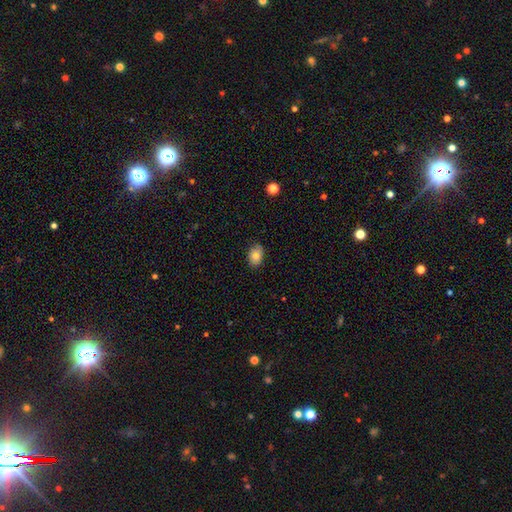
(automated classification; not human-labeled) This is likely a smooth galaxy (79%). How rounded: clearly in between (81%). Merging: clearly none (81%).